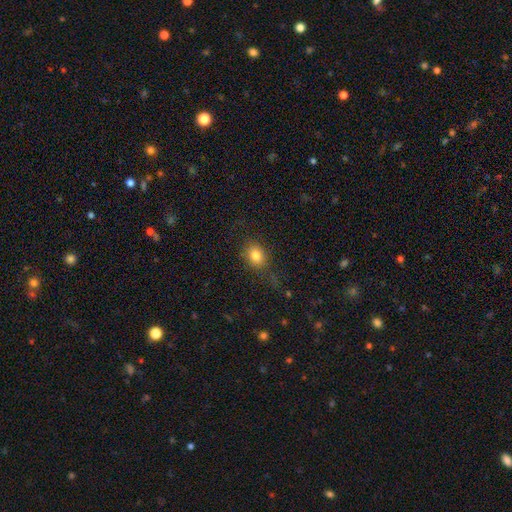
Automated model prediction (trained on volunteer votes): Smooth or featured: smooth — 81% (star or artifact — 11%)
How rounded: round — 50% (in between — 49%)
Merging: none — 75% (minor disturbance — 16%)